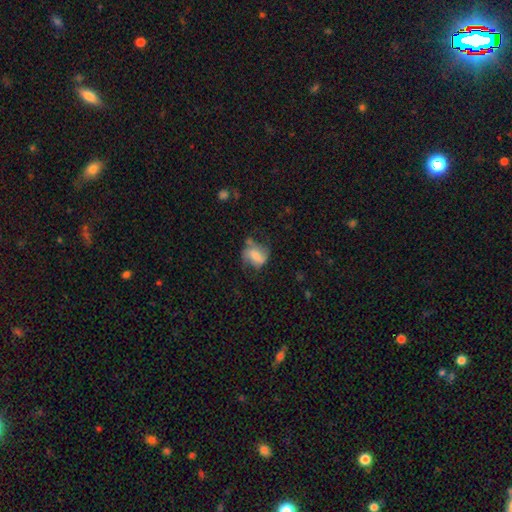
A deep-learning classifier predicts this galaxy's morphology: A smooth galaxy with no disk features (54%) that is in between round and cigar-shaped (53%).

Vote fractions:
- Smooth or featured? smooth: 54% / featured or disk: 37% / star or artifact: 9%
- How rounded? in between: 53% / round: 46% / cigar-shaped: 2%
- Merging? none: 46% / minor disturbance: 29% / major disturbance: 19% / merger: 7%